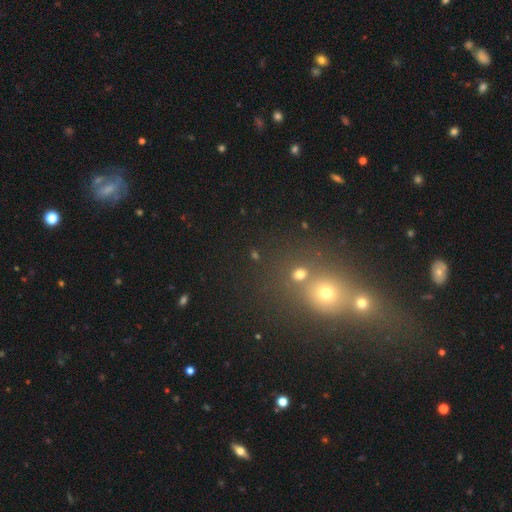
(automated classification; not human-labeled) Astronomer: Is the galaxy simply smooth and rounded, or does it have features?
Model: smooth — 47% (runner-up: star or artifact, 43%).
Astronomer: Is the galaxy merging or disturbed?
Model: none — 62%.